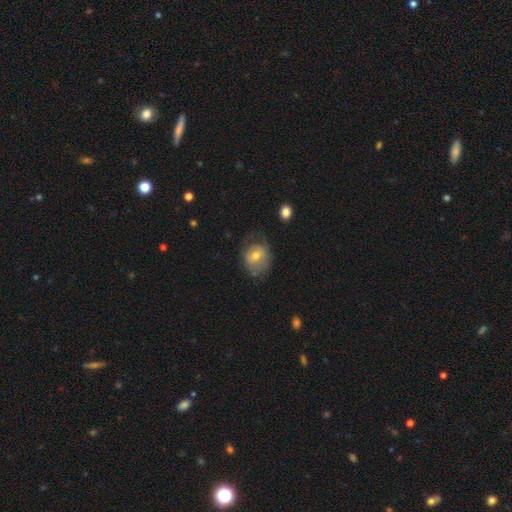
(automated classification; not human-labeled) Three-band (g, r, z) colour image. It shows a smooth galaxy with no disk features (61%) that is round (63%). Merging: none (49%).